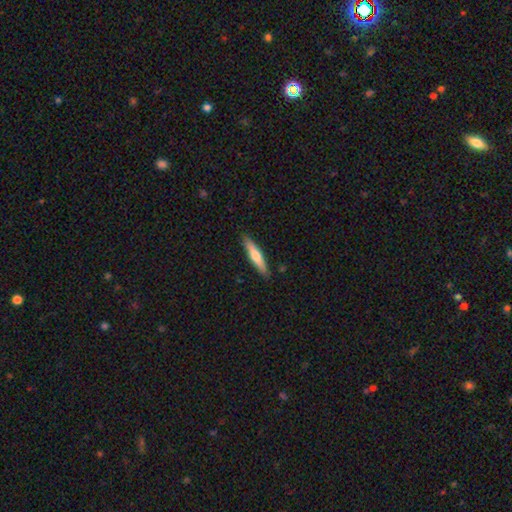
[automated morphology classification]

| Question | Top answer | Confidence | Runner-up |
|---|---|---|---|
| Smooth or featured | smooth | 58% | featured or disk (37%) |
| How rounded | cigar-shaped | 87% | in between (12%) |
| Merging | none | 89% | minor disturbance (8%) |